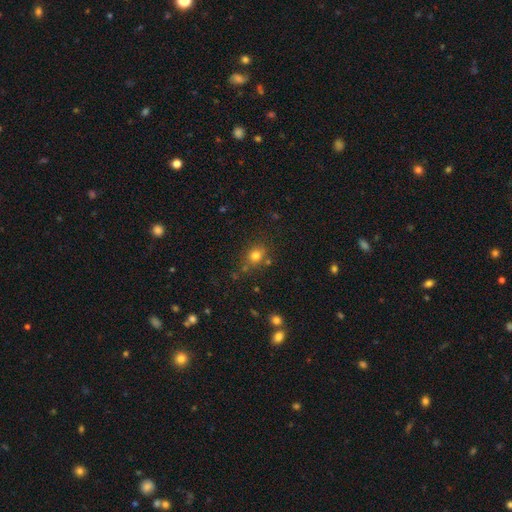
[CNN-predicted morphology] This appears to be a smooth galaxy with no disk features (76%) that is round (65%). Merging: none (74%).